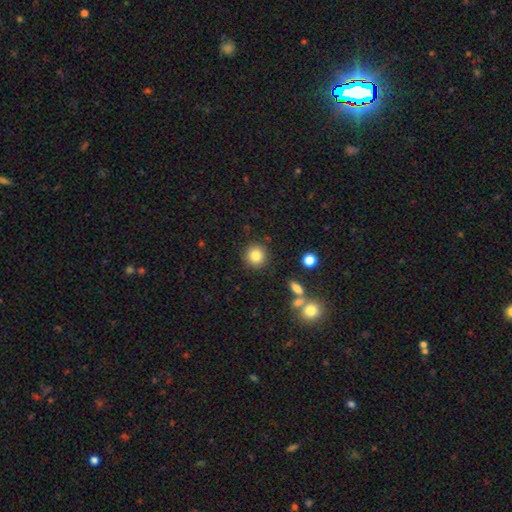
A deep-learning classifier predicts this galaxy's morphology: Smooth or featured?
  - smooth: 83% *
  - star or artifact: 10%
  - featured or disk: 7%
How rounded?
  - round: 91% *
  - in between: 8%
  - cigar-shaped: 1%
Merging?
  - none: 87% *
  - minor disturbance: 7%
  - merger: 3%
  - major disturbance: 3%